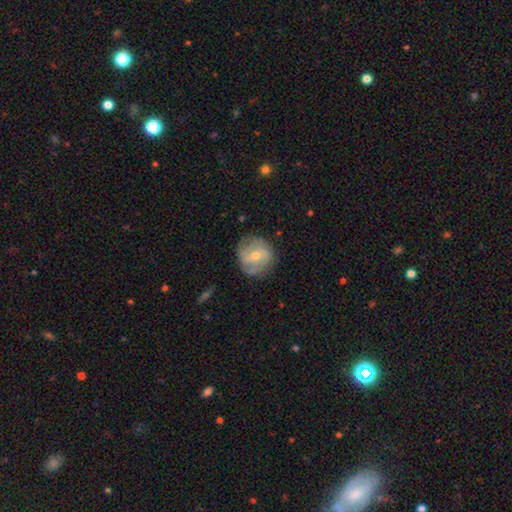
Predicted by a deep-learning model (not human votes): The model was most divided on "bar": no: 44%, weak: 43%, strong: 13%. Remaining: edge-on disk — no (97%); spiral arms — yes (79%); merging — none (74%); smooth or featured — featured or disk (66%); bulge size — moderate (52%); spiral winding — tight (46%); spiral arm count — 2 (41%).